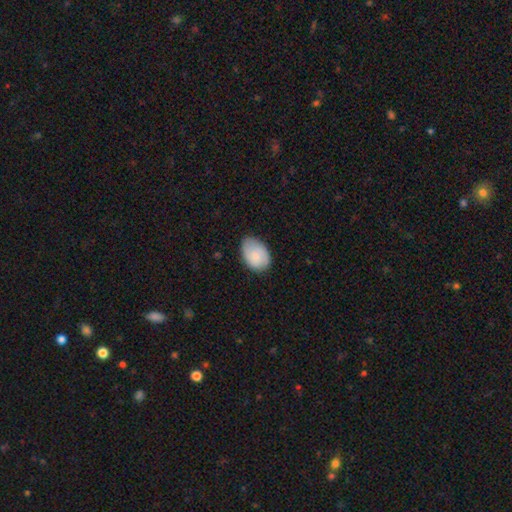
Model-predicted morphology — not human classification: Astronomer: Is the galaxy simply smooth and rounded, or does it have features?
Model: smooth — 76%.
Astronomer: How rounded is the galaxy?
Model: in between — 86%.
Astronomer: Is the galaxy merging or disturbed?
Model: none — 73%.